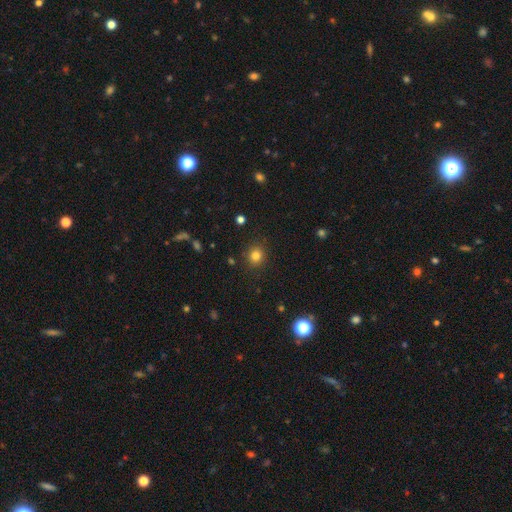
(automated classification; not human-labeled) A smooth galaxy with no disk features (81%) that is round (87%).

Vote fractions:
- Smooth or featured? smooth: 81% / star or artifact: 14% / featured or disk: 5%
- How rounded? round: 87% / in between: 12% / cigar-shaped: 1%
- Merging? none: 89% / minor disturbance: 7% / major disturbance: 3% / merger: 1%